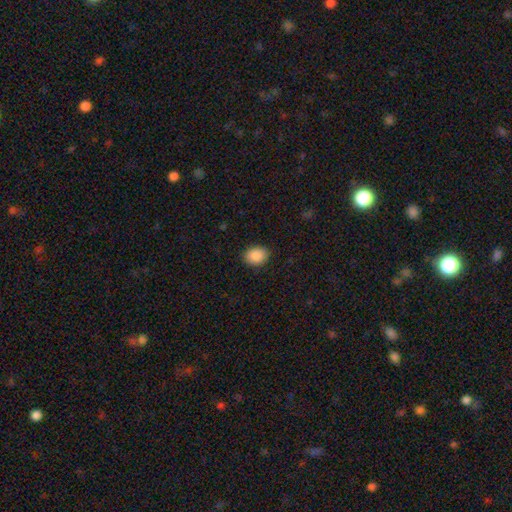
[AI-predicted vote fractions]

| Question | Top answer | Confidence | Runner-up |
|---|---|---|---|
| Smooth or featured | smooth | 89% | star or artifact (8%) |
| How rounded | in between | 57% | round (42%) |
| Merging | none | 89% | minor disturbance (8%) |